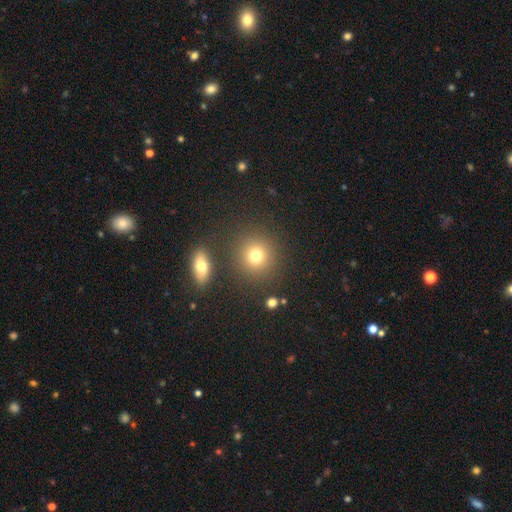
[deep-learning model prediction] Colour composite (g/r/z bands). It shows a smooth galaxy with no disk features (77%) that is round (88%). Merging: none (83%).